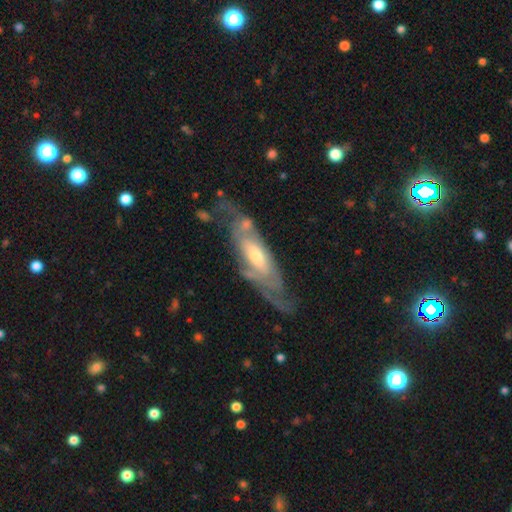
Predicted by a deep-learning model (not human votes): featured or disk 76%, smooth 19%, star or artifact 5%. Down the decision tree: edge-on disk — no (78%); bar — no (55%); spiral arms — yes (82%); bulge size — moderate (58%); merging — none (50%).